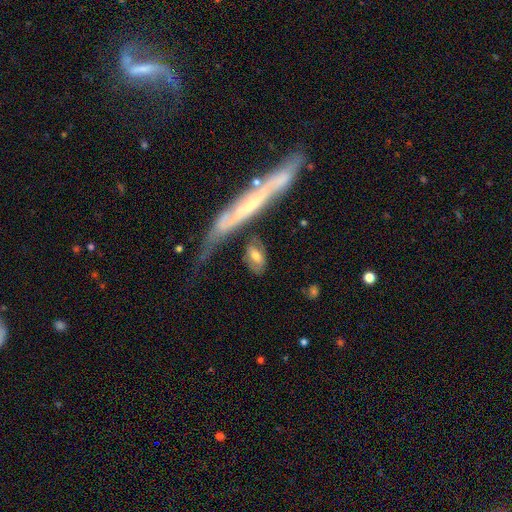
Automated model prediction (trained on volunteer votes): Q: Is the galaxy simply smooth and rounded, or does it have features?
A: smooth — 60%.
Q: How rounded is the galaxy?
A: in between — 76%.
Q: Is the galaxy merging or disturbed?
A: none — 61%.